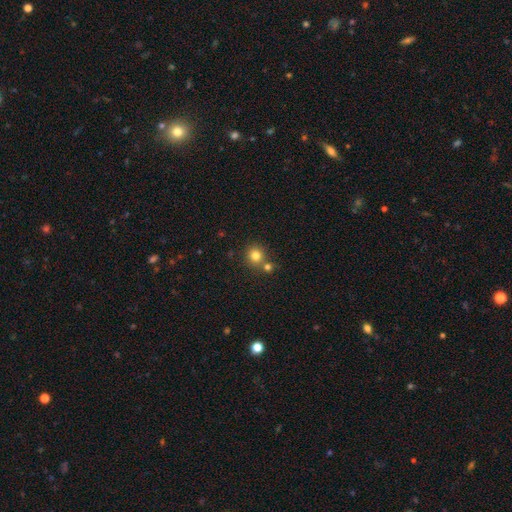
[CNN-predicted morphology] A smooth galaxy with no disk features (80%) that is round (90%). Merging: none (68%).